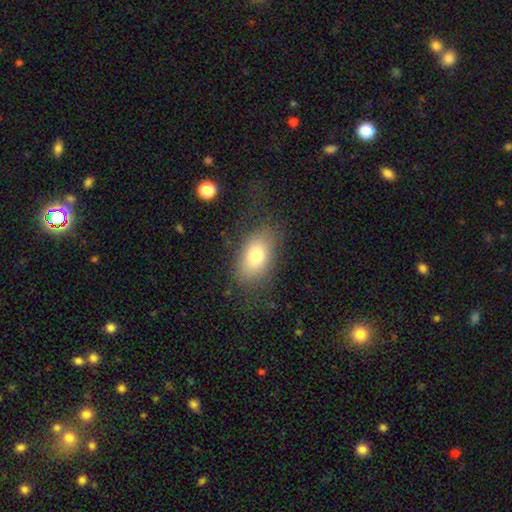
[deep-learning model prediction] smooth_or_featured: smooth (p=0.74) [alt: featured or disk p=0.15]
how_rounded: in between (p=0.86) [alt: round p=0.12]
merging: none (p=0.75) [alt: minor disturbance p=0.15]